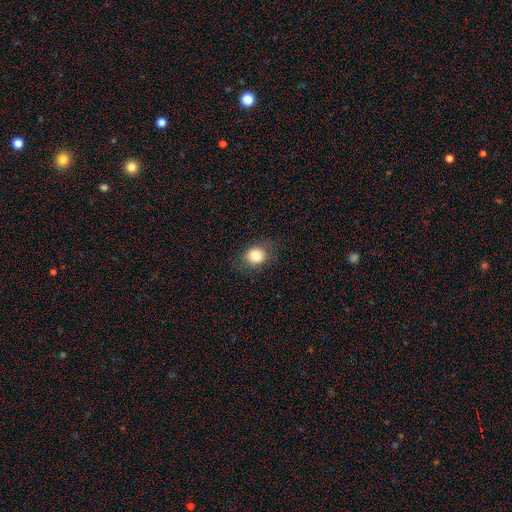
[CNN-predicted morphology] smooth 80%, star or artifact 10%, featured or disk 10%. Down the decision tree: how rounded — round (64%); merging — none (81%).